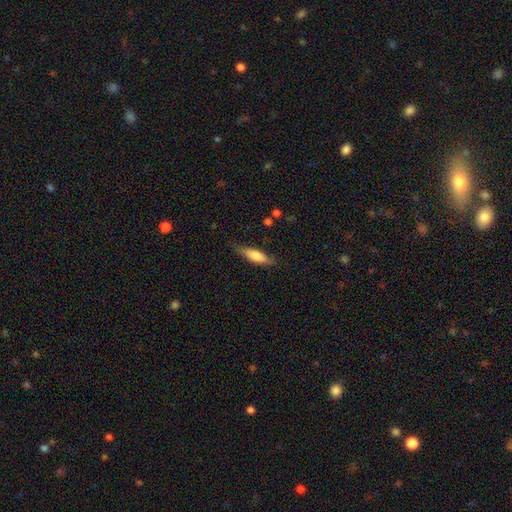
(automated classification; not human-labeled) smooth 72%, featured or disk 23%, star or artifact 6%. Down the decision tree: how rounded — cigar-shaped (54%); merging — none (75%).